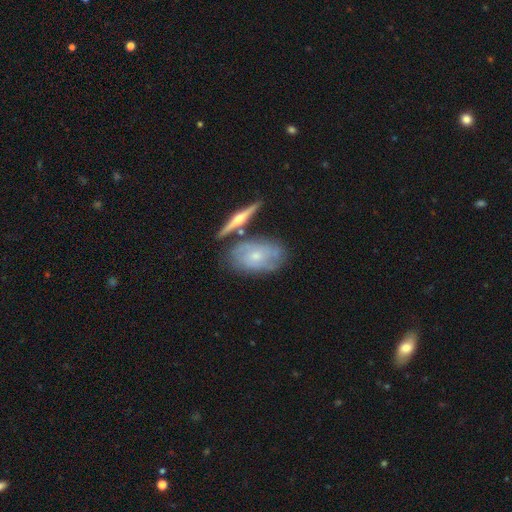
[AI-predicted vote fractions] This appears to be a featured or disk galaxy (70%) with no bar (76%), spiral arms (80%) and a small central bulge (63%). Merging: none (64%).